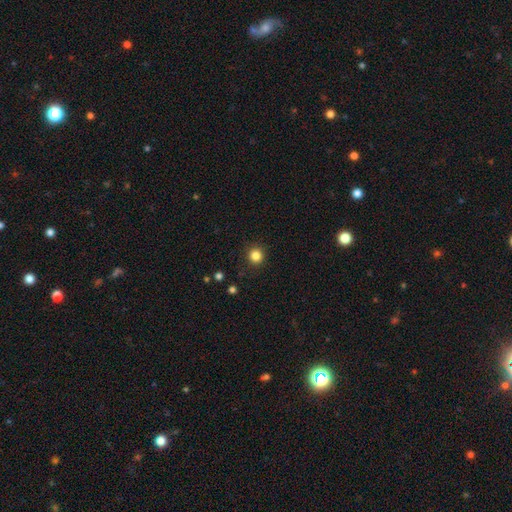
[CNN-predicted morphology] smooth 84%, star or artifact 12%, featured or disk 4%. Down the decision tree: how rounded — round (94%); merging — none (91%).